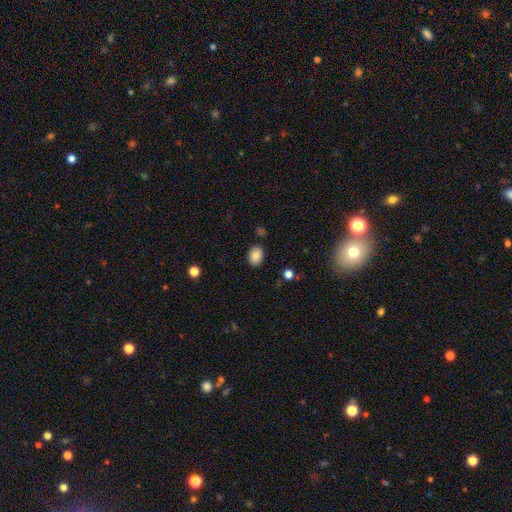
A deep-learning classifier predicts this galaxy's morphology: smooth_or_featured: smooth (p=0.87) [alt: star or artifact p=0.09]
how_rounded: in between (p=0.71) [alt: round p=0.28]
merging: none (p=0.86) [alt: minor disturbance p=0.10]